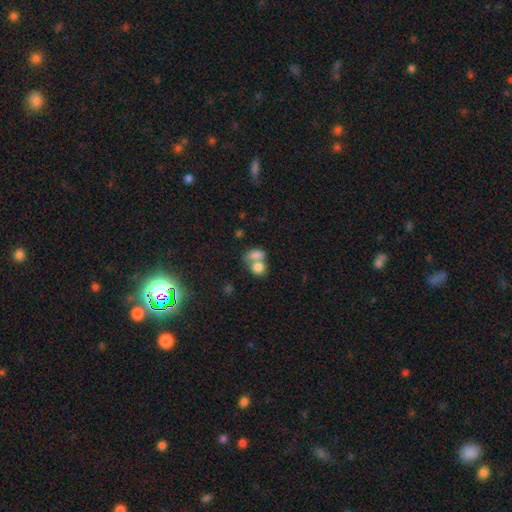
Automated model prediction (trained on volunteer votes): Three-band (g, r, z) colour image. It shows a smooth galaxy with no disk features (79%) that is in between round and cigar-shaped (72%). Merging: merger (65%).